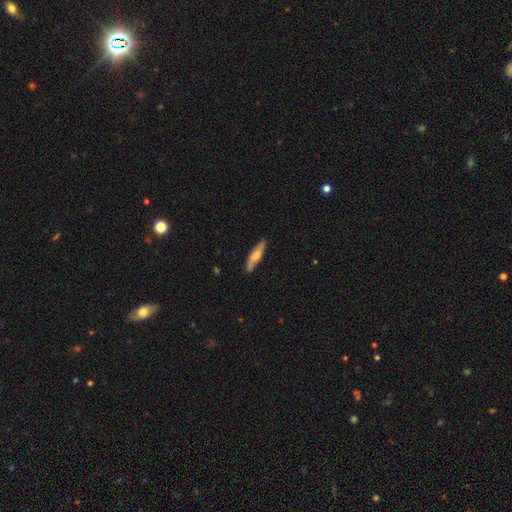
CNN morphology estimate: smooth 49%, featured or disk 45%, star or artifact 5%. Down the decision tree: merging — none (84%).